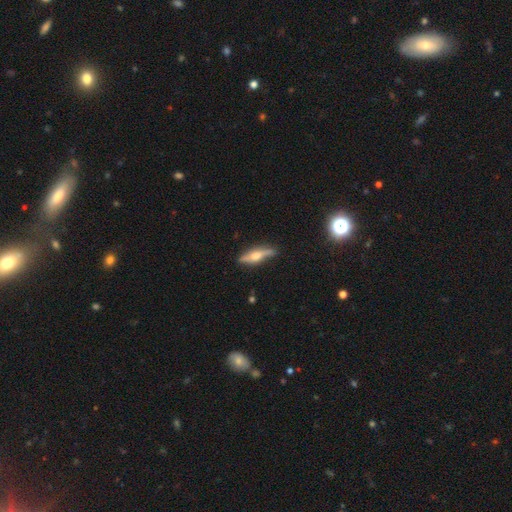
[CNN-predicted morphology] The model was most divided on "smooth or featured": featured or disk: 64%, smooth: 30%, star or artifact: 6%. More confident: edge-on bulge — rounded (91%); edge-on disk — yes (91%); merging — none (80%).